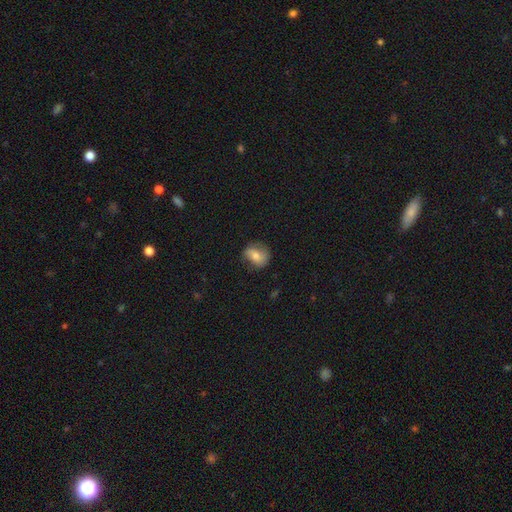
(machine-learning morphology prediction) smooth 62%, featured or disk 30%, star or artifact 9%. Down the decision tree: how rounded — in between (51%); merging — none (64%).